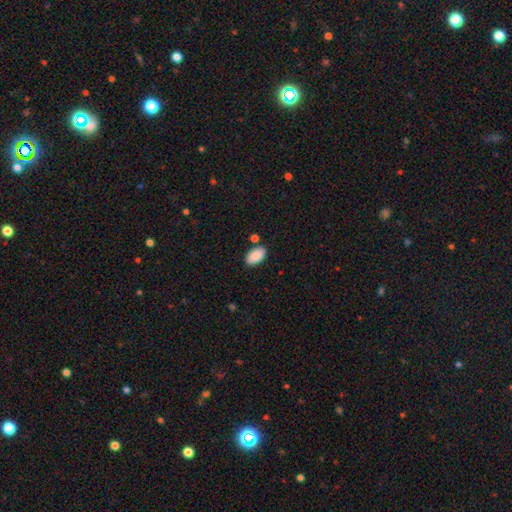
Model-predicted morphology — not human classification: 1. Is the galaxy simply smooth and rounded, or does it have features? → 88% smooth, 7% star or artifact, 5% featured or disk.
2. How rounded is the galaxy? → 95% in between, 3% round, 2% cigar-shaped.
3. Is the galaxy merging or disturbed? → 81% none, 11% minor disturbance, 5% merger, 3% major disturbance.